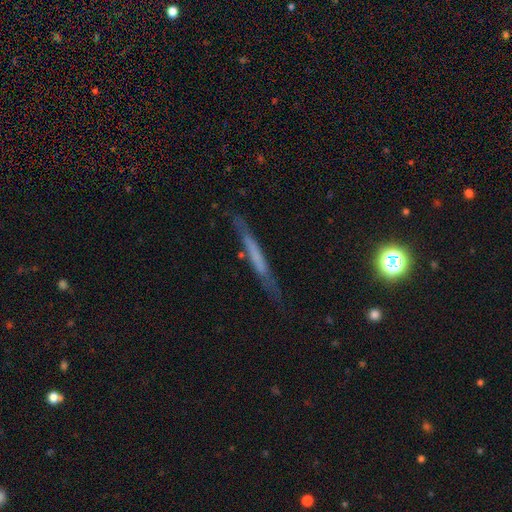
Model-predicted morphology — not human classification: This is possibly a featured or disk galaxy (51%). It is clearly viewed edge-on (88%). Merging: likely none (74%).